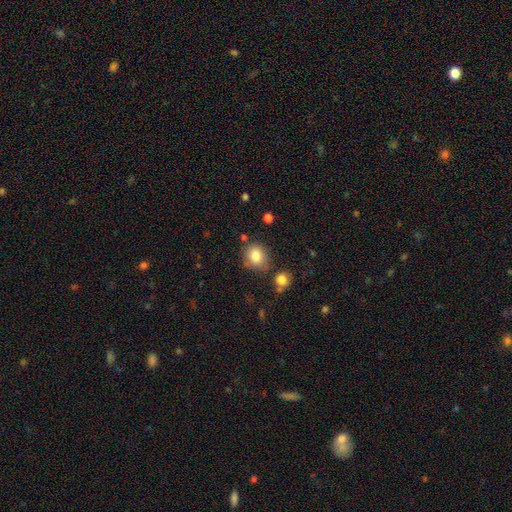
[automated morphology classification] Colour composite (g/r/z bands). It shows a smooth galaxy with no disk features (81%) that is round (69%). Merging: none (74%).